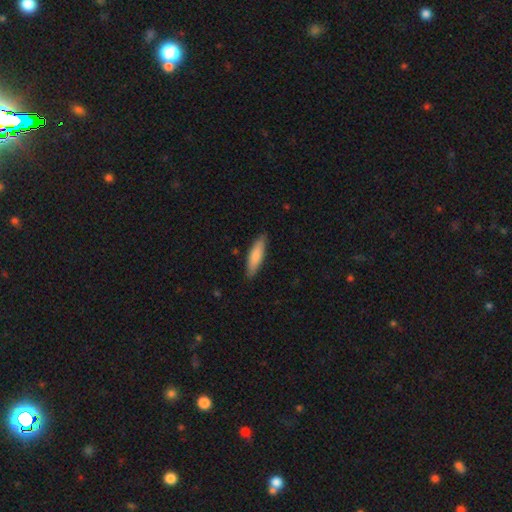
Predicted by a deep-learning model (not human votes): smooth 79%, featured or disk 15%, star or artifact 5%. Down the decision tree: how rounded — cigar-shaped (70%); merging — none (87%).